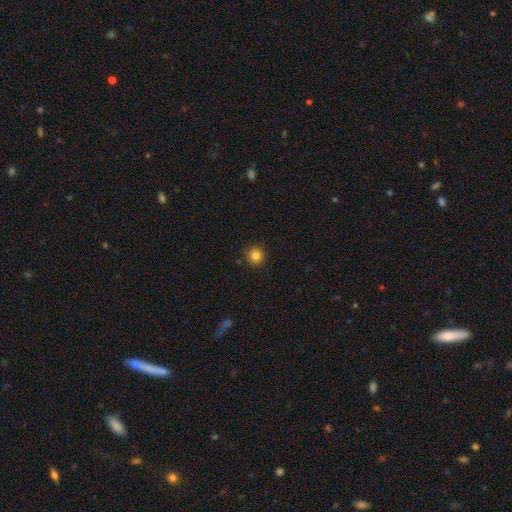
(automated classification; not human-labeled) Q: Smooth or featured?
A: smooth (83%); runner-up: star or artifact (12%)
Q: How rounded?
A: round (95%); runner-up: in between (4%)
Q: Merging?
A: none (92%); runner-up: minor disturbance (5%)